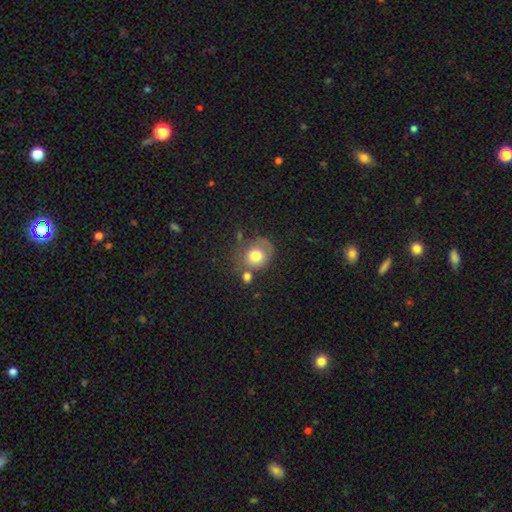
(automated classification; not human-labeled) Smooth or featured?
  - smooth: 75% *
  - featured or disk: 15%
  - star or artifact: 10%
How rounded?
  - round: 66% *
  - in between: 34%
  - cigar-shaped: 1%
Merging?
  - none: 52% *
  - minor disturbance: 22%
  - merger: 16%
  - major disturbance: 11%